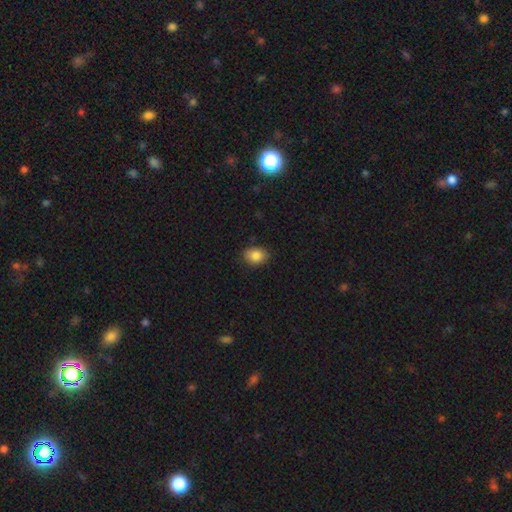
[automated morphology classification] A smooth galaxy with no disk features (84%) that is in between round and cigar-shaped (68%).

Vote fractions:
- Smooth or featured? smooth: 84% / star or artifact: 9% / featured or disk: 7%
- How rounded? in between: 68% / round: 31% / cigar-shaped: 1%
- Merging? none: 83% / minor disturbance: 14% / major disturbance: 2% / merger: 1%